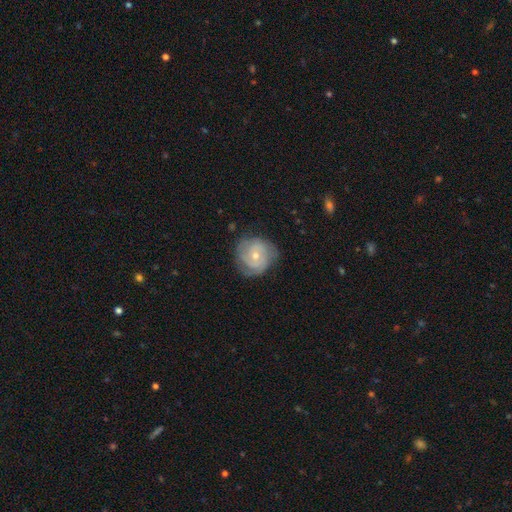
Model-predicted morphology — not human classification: Q: Smooth or featured?
A: featured or disk (73%); runner-up: smooth (21%)
Q: Edge-on disk?
A: no (98%); runner-up: yes (2%)
Q: Bar?
A: no (71%); runner-up: weak (25%)
Q: Spiral arms?
A: yes (90%); runner-up: no (10%)
Q: Spiral winding?
A: tight (62%); runner-up: medium (30%)
Q: Spiral arm count?
A: 2 (32%); runner-up: can't tell (28%)
Q: Bulge size?
A: small (53%); runner-up: moderate (44%)
Q: Merging?
A: none (72%); runner-up: minor disturbance (20%)